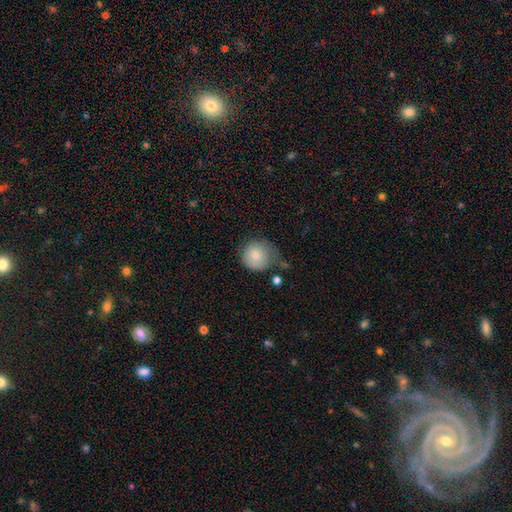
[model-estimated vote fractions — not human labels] Morphology: type=smooth (80%); roundness=round (90%); merging=none (51%).